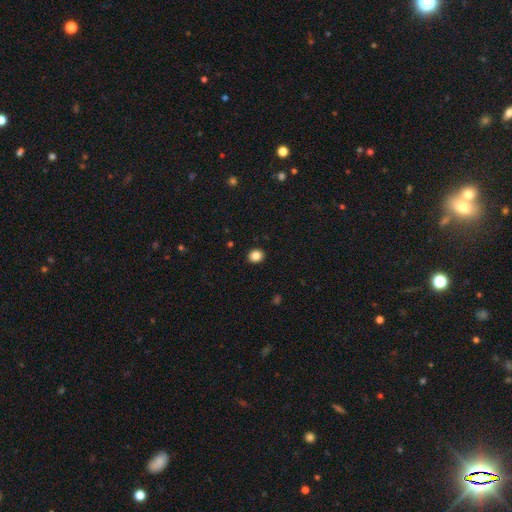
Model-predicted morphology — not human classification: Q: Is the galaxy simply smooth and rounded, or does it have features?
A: smooth — 86%.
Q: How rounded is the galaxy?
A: round — 78%.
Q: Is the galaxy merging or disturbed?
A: none — 92%.